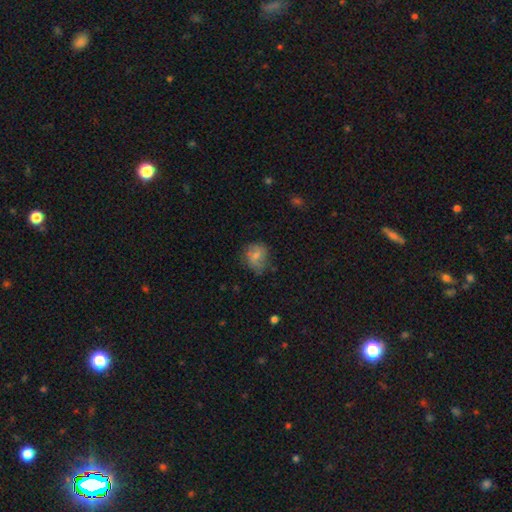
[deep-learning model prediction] smooth-or-featured: smooth: 62% | featured or disk: 29% | star or artifact: 9%
  how-rounded: round: 67% | in between: 32% | cigar-shaped: 1%
  merging: none: 57% | minor disturbance: 29% | major disturbance: 12% | merger: 2%